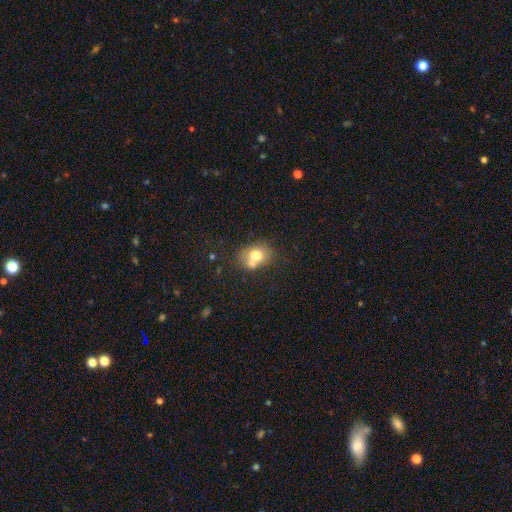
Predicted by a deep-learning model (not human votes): Morphology: type=smooth (69%); roundness=round (52%); merging=none (43%).